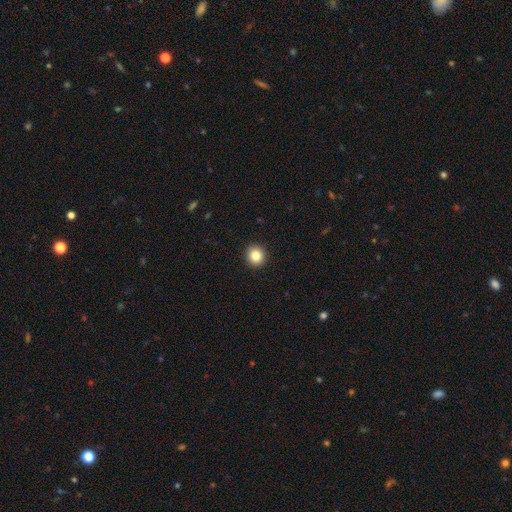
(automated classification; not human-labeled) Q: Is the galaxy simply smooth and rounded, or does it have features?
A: smooth — 85%.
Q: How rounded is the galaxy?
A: round — 90%.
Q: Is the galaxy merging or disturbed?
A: none — 92%.